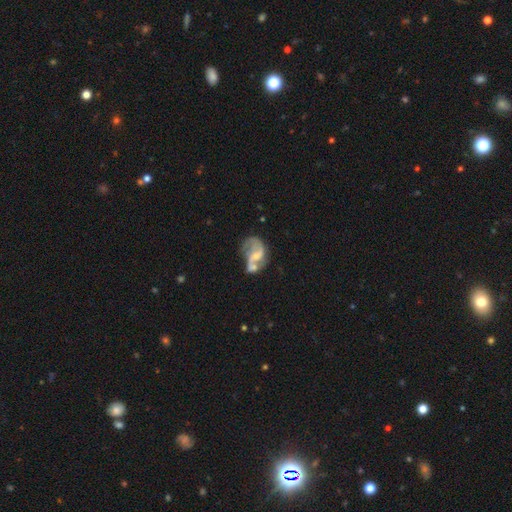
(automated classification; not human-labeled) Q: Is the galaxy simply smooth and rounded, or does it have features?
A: featured or disk — 77%.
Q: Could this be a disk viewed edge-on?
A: no — 98%.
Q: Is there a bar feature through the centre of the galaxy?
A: no — 44%.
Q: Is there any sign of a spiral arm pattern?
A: yes — 85%.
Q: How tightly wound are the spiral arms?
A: loose — 54%.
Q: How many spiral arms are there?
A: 2 — 79%.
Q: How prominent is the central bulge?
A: small — 48%.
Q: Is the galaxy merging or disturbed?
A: merger — 31%.